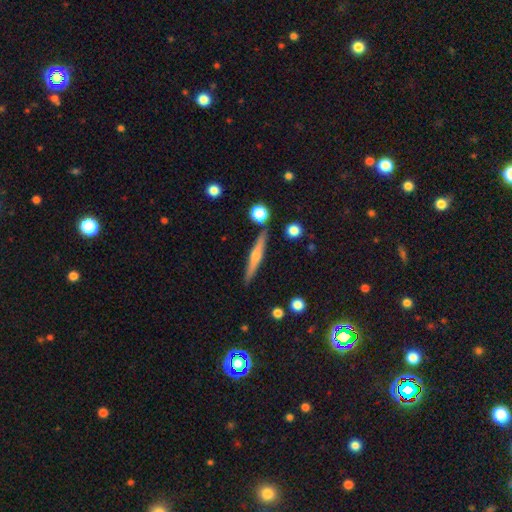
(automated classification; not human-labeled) Smooth or featured?
  - featured or disk: 62% *
  - smooth: 31%
  - star or artifact: 7%
Edge-on disk?
  - yes: 97% *
  - no: 3%
Edge-on bulge?
  - rounded: 84% *
  - none: 12%
  - boxy: 4%
Merging?
  - none: 88% *
  - minor disturbance: 7%
  - merger: 3%
  - major disturbance: 2%